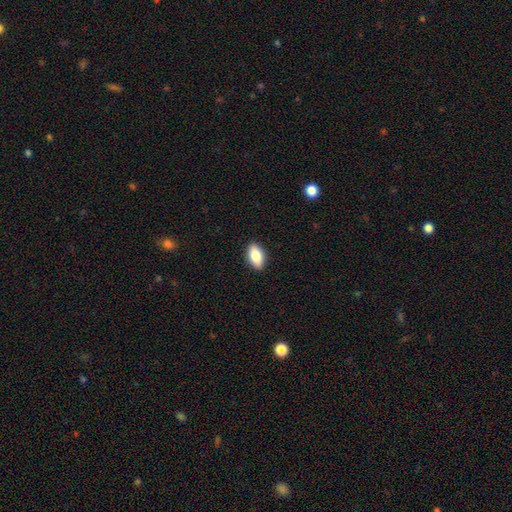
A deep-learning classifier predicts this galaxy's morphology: smooth_or_featured: smooth (p=0.82) [alt: featured or disk p=0.11]
how_rounded: in between (p=0.90) [alt: cigar-shaped p=0.05]
merging: none (p=0.90) [alt: minor disturbance p=0.08]